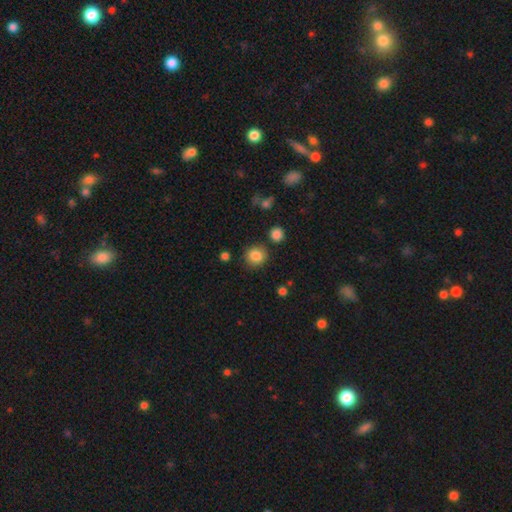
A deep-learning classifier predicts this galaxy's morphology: smooth-or-featured: smooth: 85% | star or artifact: 10% | featured or disk: 5%
  how-rounded: round: 86% | in between: 13% | cigar-shaped: 1%
  merging: none: 84% | minor disturbance: 9% | merger: 4% | major disturbance: 3%